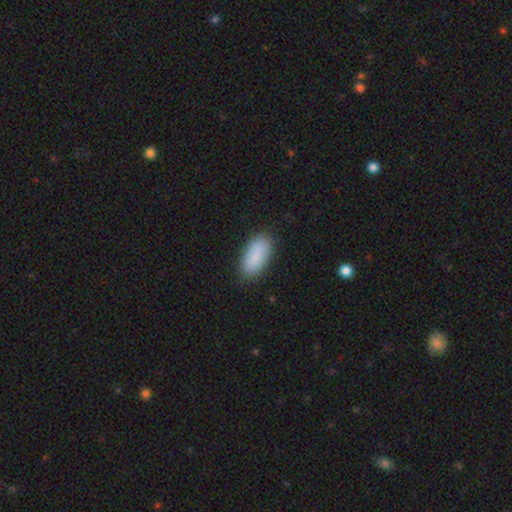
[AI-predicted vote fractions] This appears to be a smooth galaxy with no disk features (88%) that is in between round and cigar-shaped (89%). Merging: none (85%).